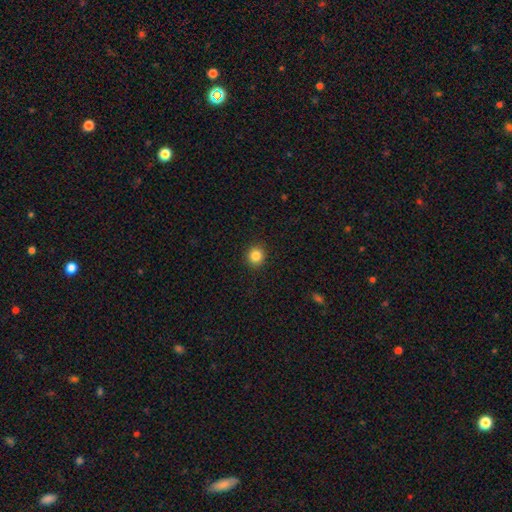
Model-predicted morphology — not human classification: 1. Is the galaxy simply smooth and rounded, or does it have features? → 85% smooth, 11% star or artifact, 4% featured or disk.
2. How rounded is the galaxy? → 91% round, 8% in between, 1% cigar-shaped.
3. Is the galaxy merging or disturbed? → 92% none, 5% minor disturbance, 2% major disturbance, 1% merger.